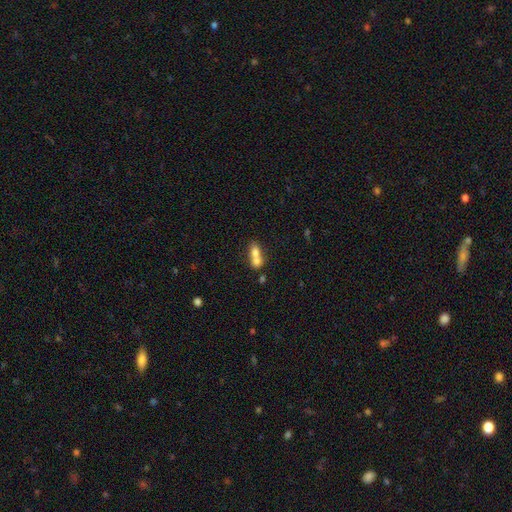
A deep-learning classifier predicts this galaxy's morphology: This appears to be a smooth galaxy with no disk features (70%) that is in between round and cigar-shaped (64%). Merging: merger (72%).